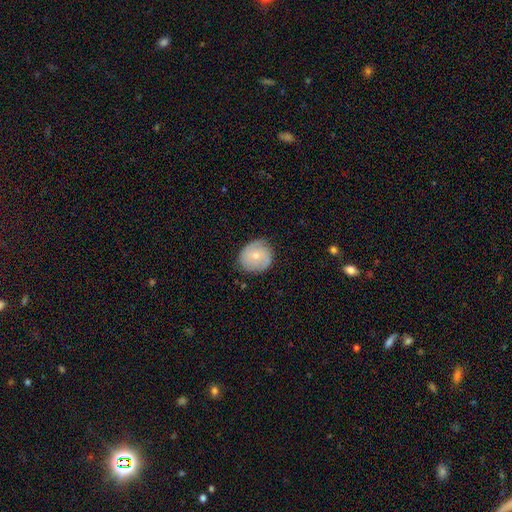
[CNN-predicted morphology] smooth-or-featured: smooth: 55% | featured or disk: 38% | star or artifact: 7%
  how-rounded: round: 84% | in between: 15% | cigar-shaped: 1%
  merging: none: 73% | minor disturbance: 21% | major disturbance: 4% | merger: 1%